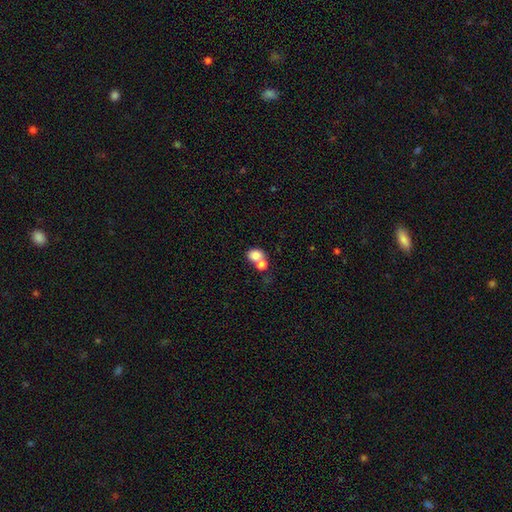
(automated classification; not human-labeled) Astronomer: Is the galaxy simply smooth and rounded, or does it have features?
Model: smooth — 78%.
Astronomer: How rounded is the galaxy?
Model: round — 57% (runner-up: in between, 42%).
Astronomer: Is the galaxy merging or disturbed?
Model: merger — 57%.